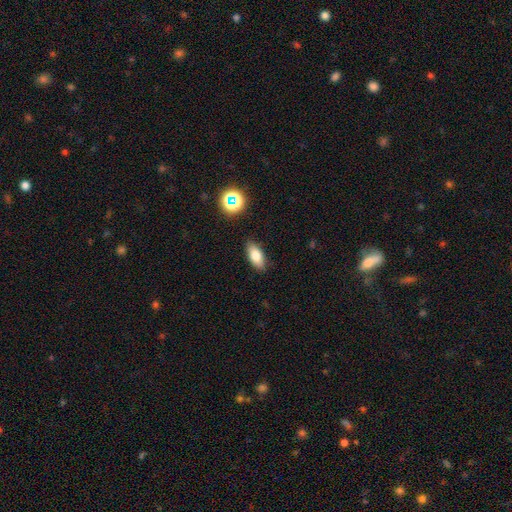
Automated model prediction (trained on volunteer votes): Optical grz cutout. It shows a smooth galaxy with no disk features (79%) that is in between round and cigar-shaped (86%). Merging: none (87%).